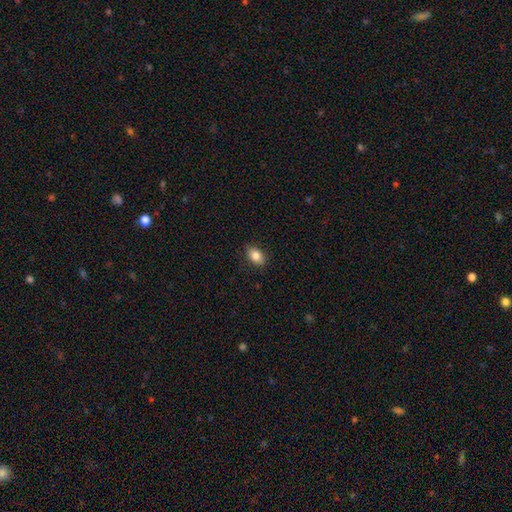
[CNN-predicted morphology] This is clearly a smooth galaxy (83%). How rounded: clearly in between (84%). Merging: clearly none (87%).